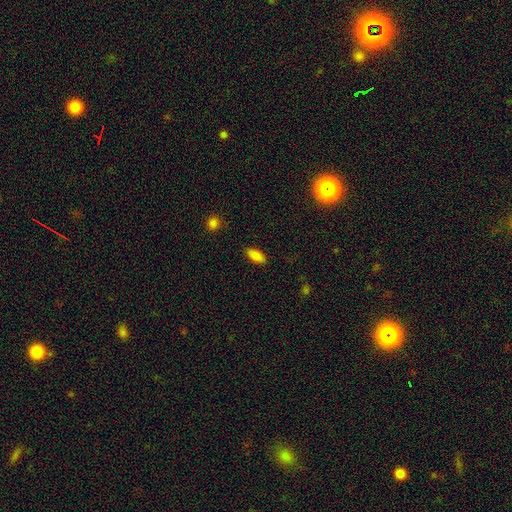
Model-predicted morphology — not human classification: This appears to be a smooth galaxy with no disk features (86%) that is in between round and cigar-shaped (88%). Merging: none (86%).